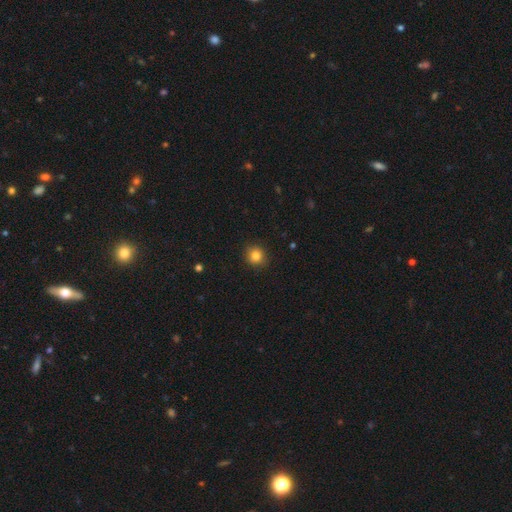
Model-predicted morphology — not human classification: Smooth or featured?
  - smooth: 83% *
  - star or artifact: 11%
  - featured or disk: 6%
How rounded?
  - round: 89% *
  - in between: 10%
  - cigar-shaped: 1%
Merging?
  - none: 91% *
  - minor disturbance: 6%
  - major disturbance: 2%
  - merger: 1%